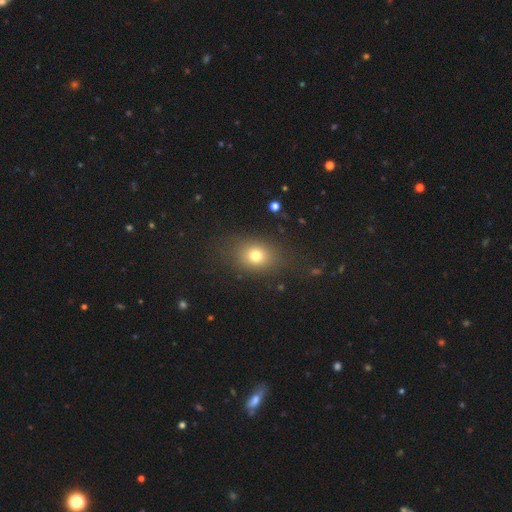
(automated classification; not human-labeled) This is likely a smooth galaxy (74%). How rounded: possibly in between (55%). Merging: likely none (79%).